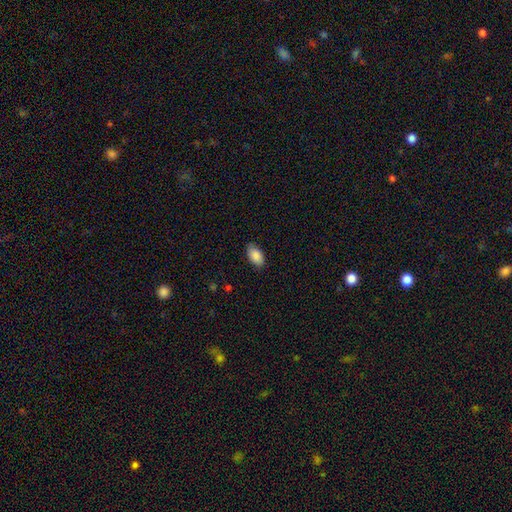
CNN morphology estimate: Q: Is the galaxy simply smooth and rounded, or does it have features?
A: smooth — 89%.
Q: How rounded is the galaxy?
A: in between — 94%.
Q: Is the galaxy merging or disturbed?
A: none — 86%.